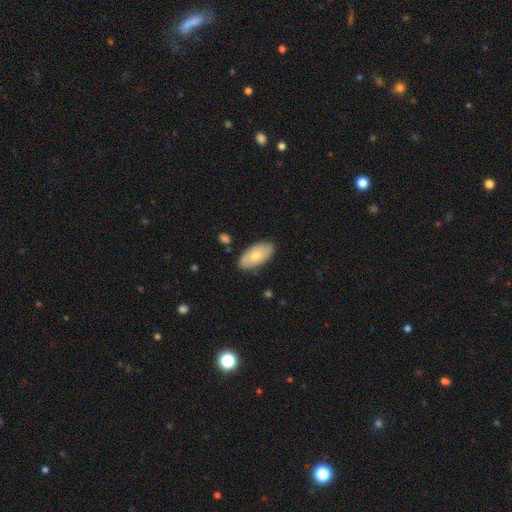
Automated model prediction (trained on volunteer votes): Morphology: type=smooth (62%); roundness=in between (93%); merging=none (82%).